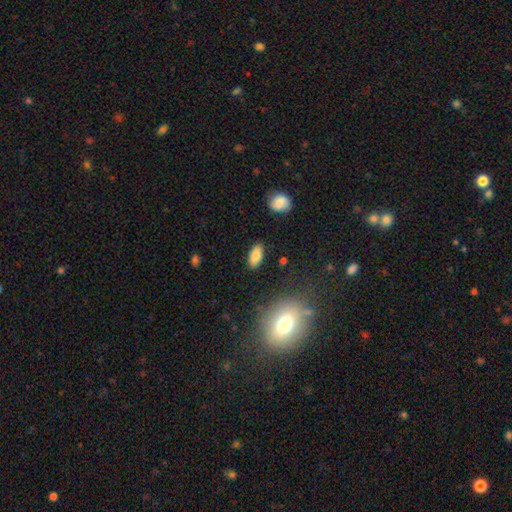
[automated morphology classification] smooth_or_featured: smooth (p=0.83) [alt: featured or disk p=0.09]
how_rounded: in between (p=0.89) [alt: cigar-shaped p=0.09]
merging: none (p=0.87) [alt: minor disturbance p=0.09]